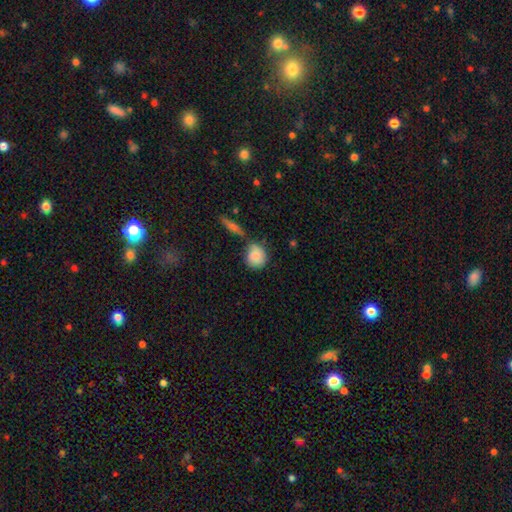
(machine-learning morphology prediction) A smooth galaxy with no disk features (82%) that is round (78%).

Vote fractions:
- Smooth or featured? smooth: 82% / featured or disk: 11% / star or artifact: 7%
- How rounded? round: 78% / in between: 20% / cigar-shaped: 2%
- Merging? none: 57% / minor disturbance: 22% / merger: 15% / major disturbance: 6%